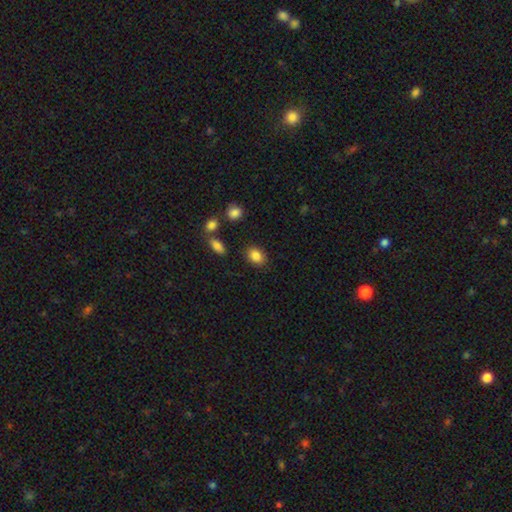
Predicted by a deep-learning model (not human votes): Smooth or featured? smooth (86%)
How rounded? in between (74%)
Merging? none (84%)